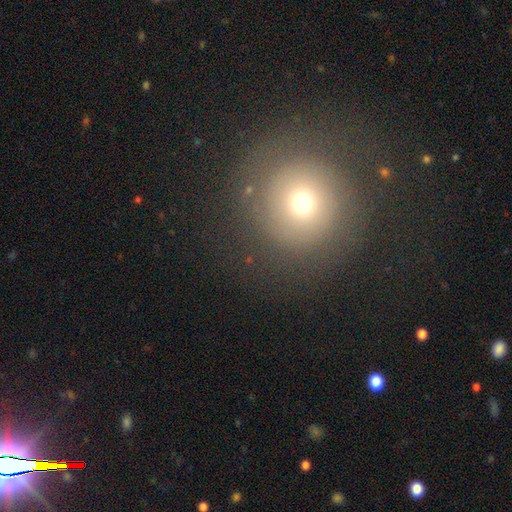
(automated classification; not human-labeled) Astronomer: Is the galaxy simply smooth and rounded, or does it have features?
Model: smooth — 50% (runner-up: featured or disk, 29%).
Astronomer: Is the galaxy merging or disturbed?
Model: none — 81%.